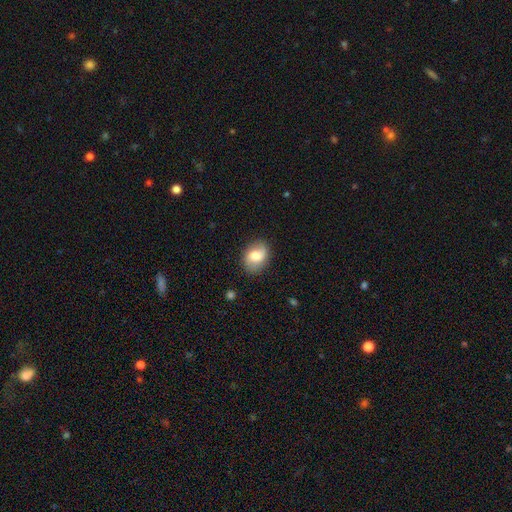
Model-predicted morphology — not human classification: This appears to be a smooth galaxy with no disk features (66%) that is in between round and cigar-shaped (67%). Merging: none (82%).